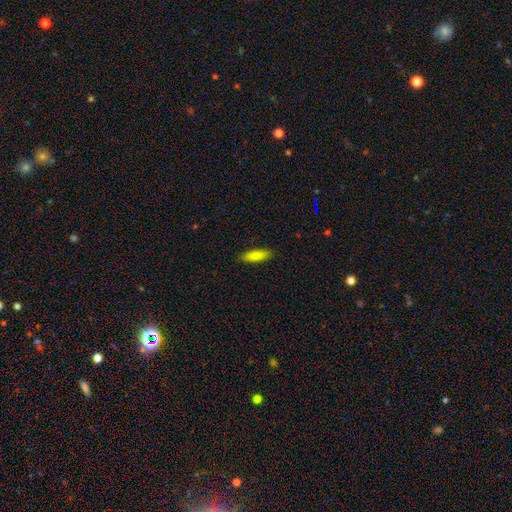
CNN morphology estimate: Q: Smooth or featured?
A: smooth (87%); runner-up: featured or disk (6%)
Q: How rounded?
A: cigar-shaped (55%); runner-up: in between (44%)
Q: Merging?
A: none (89%); runner-up: minor disturbance (9%)